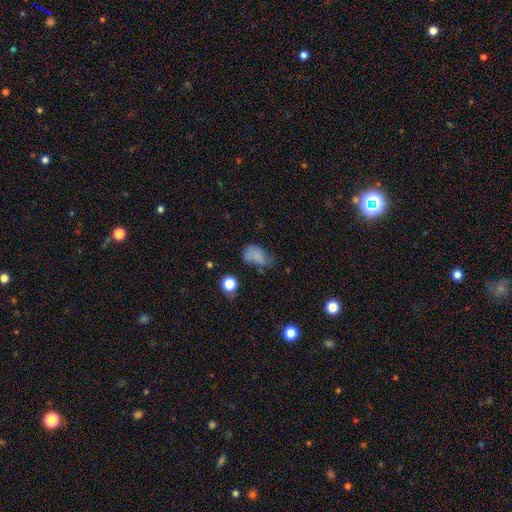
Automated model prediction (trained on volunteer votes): A smooth galaxy with no disk features (71%) that is in between round and cigar-shaped (80%).

Vote fractions:
- Smooth or featured? smooth: 71% / featured or disk: 15% / star or artifact: 14%
- How rounded? in between: 80% / round: 18% / cigar-shaped: 2%
- Merging? minor disturbance: 35% / none: 34% / major disturbance: 24% / merger: 6%